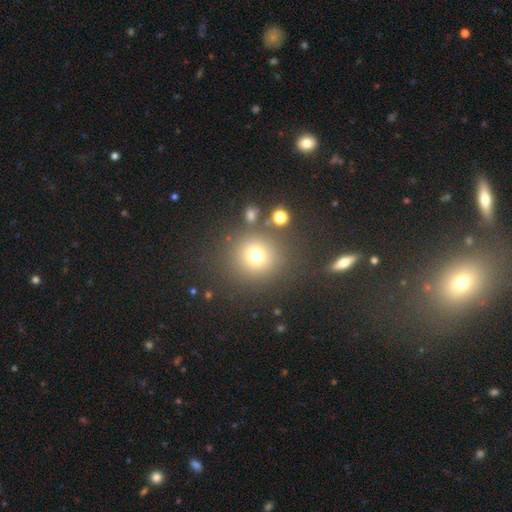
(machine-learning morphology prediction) Smooth or featured? smooth (72%)
How rounded? round (92%)
Merging? none (82%)